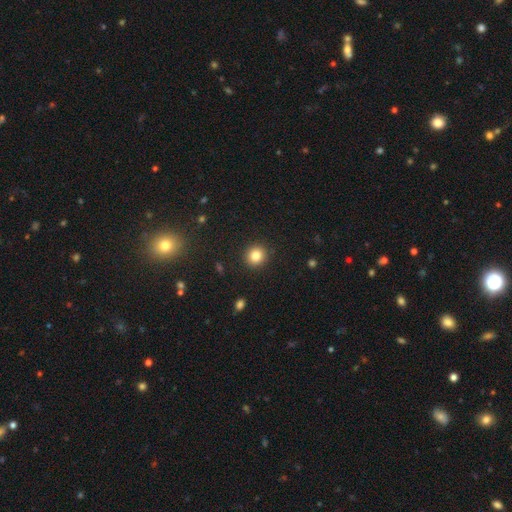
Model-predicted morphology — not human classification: Q: Smooth or featured?
A: smooth (83%); runner-up: star or artifact (11%)
Q: How rounded?
A: round (89%); runner-up: in between (10%)
Q: Merging?
A: none (92%); runner-up: minor disturbance (5%)